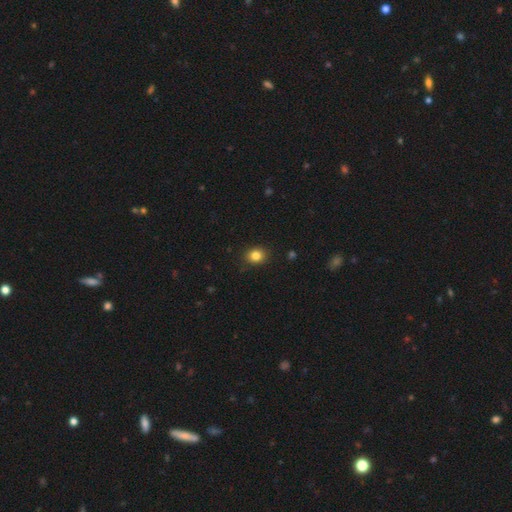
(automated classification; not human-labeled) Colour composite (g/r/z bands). It shows a smooth galaxy with no disk features (83%) that is round (64%). Merging: none (88%).